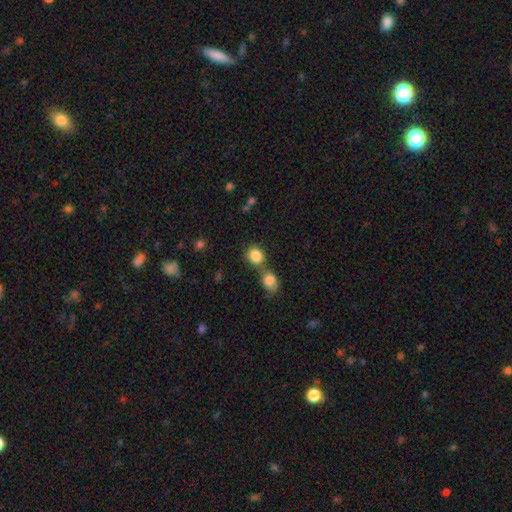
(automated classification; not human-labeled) A smooth galaxy with no disk features (85%) that is round (72%). Merging: none (44%).